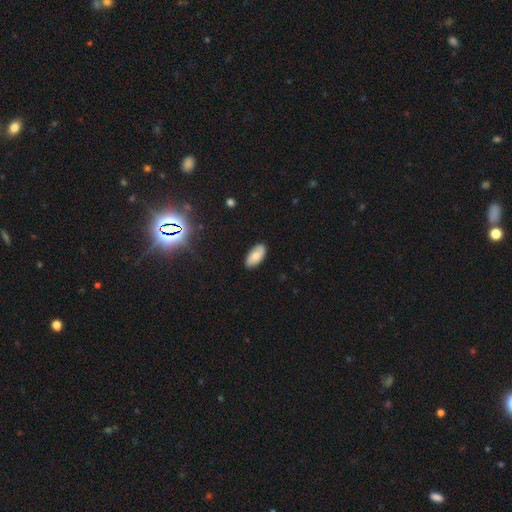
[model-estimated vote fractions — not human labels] smooth_or_featured: smooth (p=0.75) [alt: featured or disk p=0.18]
how_rounded: in between (p=0.93) [alt: cigar-shaped p=0.05]
merging: none (p=0.86) [alt: minor disturbance p=0.11]